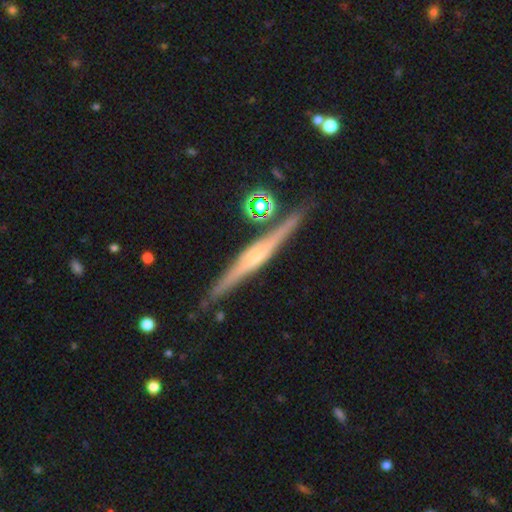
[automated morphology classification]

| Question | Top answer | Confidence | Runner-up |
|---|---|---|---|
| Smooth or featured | featured or disk | 79% | smooth (14%) |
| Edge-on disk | yes | 98% | no (2%) |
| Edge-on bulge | rounded | 61% | none (20%) |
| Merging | none | 86% | minor disturbance (9%) |